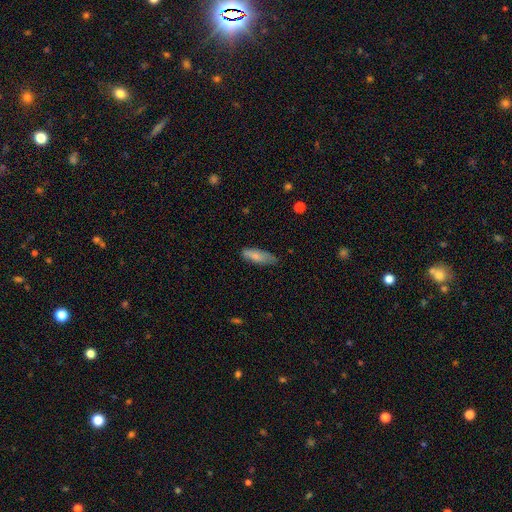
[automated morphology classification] Smooth or featured: smooth — 81% (featured or disk — 13%)
How rounded: in between — 58% (cigar-shaped — 40%)
Merging: none — 64% (minor disturbance — 28%)